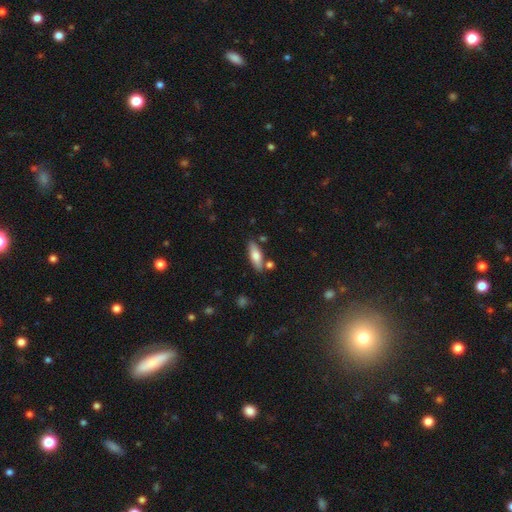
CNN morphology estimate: A smooth galaxy with no disk features (68%) that is in between round and cigar-shaped (56%). Merging: none (79%).